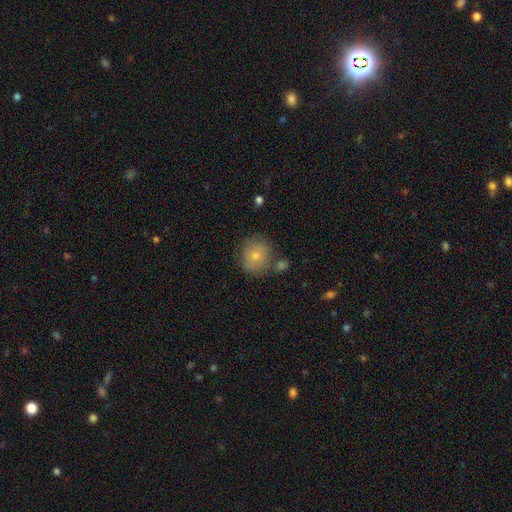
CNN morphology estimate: Smooth or featured?
  - smooth: 76% *
  - featured or disk: 16%
  - star or artifact: 8%
How rounded?
  - round: 82% *
  - in between: 18%
  - cigar-shaped: 1%
Merging?
  - none: 67% *
  - minor disturbance: 16%
  - merger: 11%
  - major disturbance: 5%